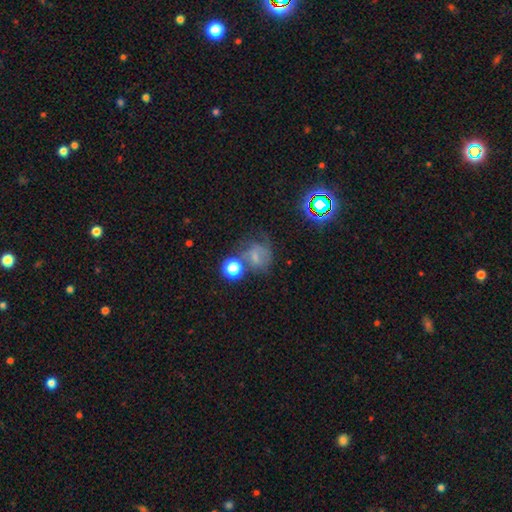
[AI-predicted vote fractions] Smooth or featured: smooth — 48% (featured or disk — 28%)
Merging: none — 38% (major disturbance — 23%)